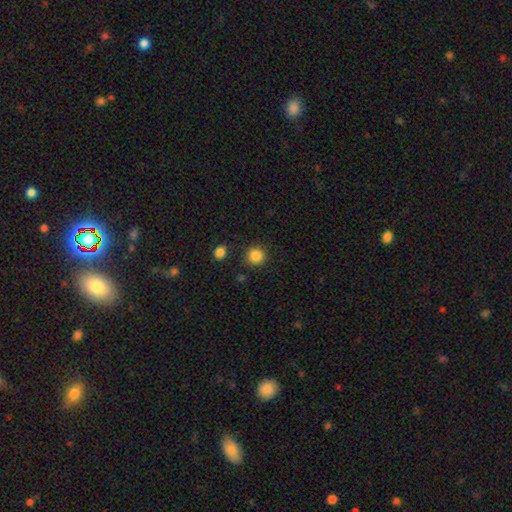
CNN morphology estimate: Overall: smooth (85%). How rounded: round (93%). Merging: none (88%).